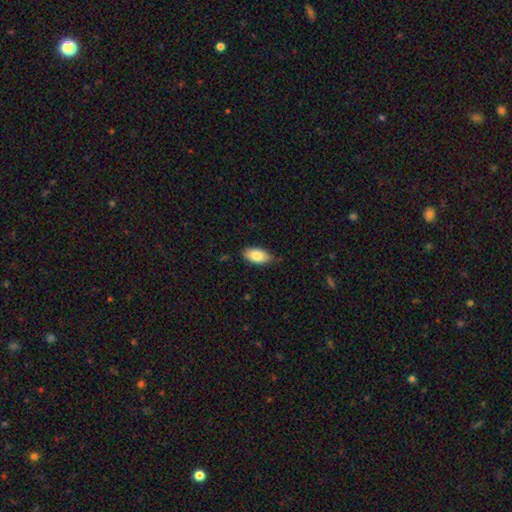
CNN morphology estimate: This appears to be a smooth galaxy with no disk features (82%) that is in between round and cigar-shaped (93%). Merging: none (79%).